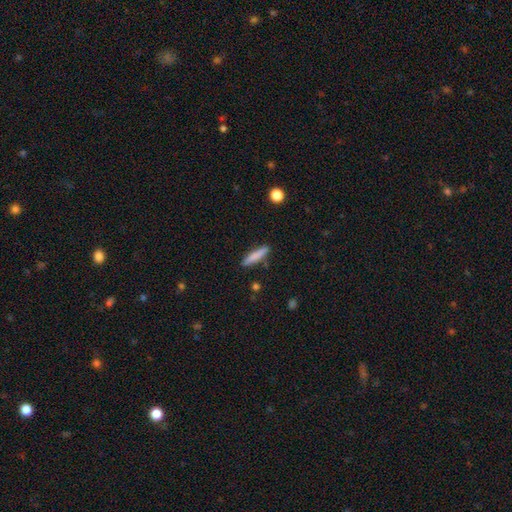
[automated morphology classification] A smooth galaxy with no disk features (80%) that is cigar-shaped (86%). Merging: none (87%).